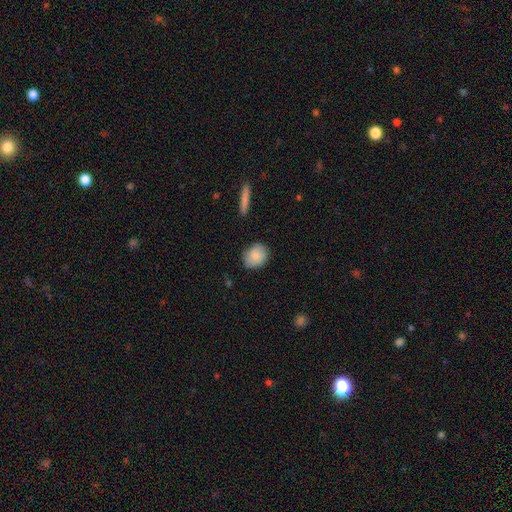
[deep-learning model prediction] The model was most divided on "how rounded": round: 59%, in between: 40%, cigar-shaped: 1%. More confident: smooth or featured — smooth (85%); merging — none (81%).